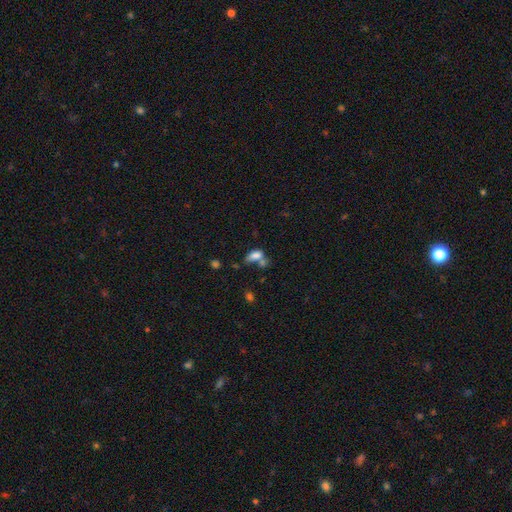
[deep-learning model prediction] smooth 75%, featured or disk 14%, star or artifact 11%. Down the decision tree: how rounded — in between (85%); merging — merger (47%).